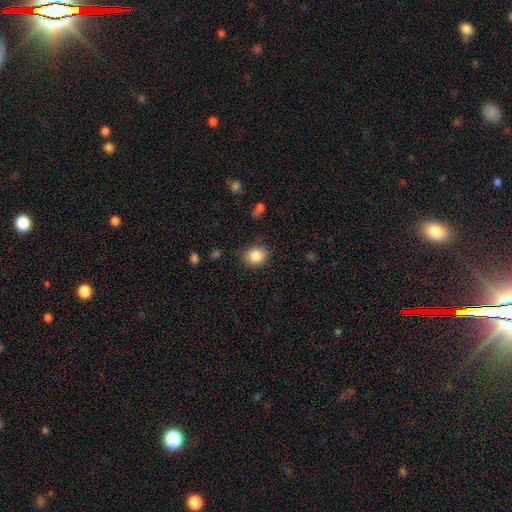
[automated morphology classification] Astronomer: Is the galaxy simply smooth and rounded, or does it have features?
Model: smooth — 85%.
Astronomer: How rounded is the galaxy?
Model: round — 71%.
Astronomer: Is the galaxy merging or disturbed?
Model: none — 83%.